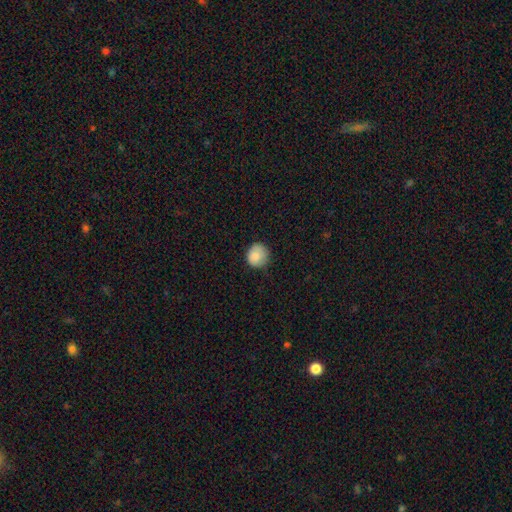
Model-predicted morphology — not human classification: Overall: smooth (85%). How rounded: round (88%). Merging: none (75%).